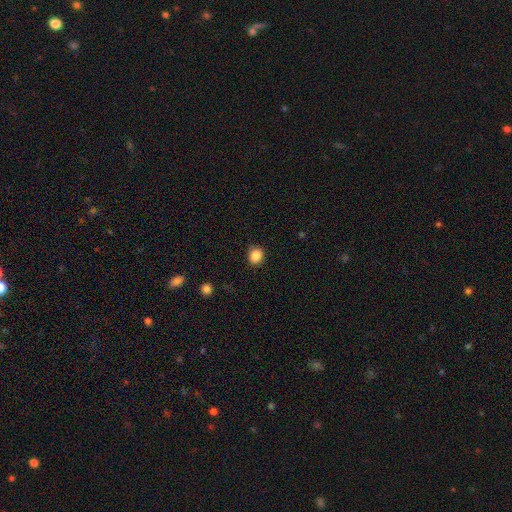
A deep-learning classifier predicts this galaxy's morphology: smooth 86%, star or artifact 10%, featured or disk 4%. Down the decision tree: how rounded — round (76%); merging — none (88%).